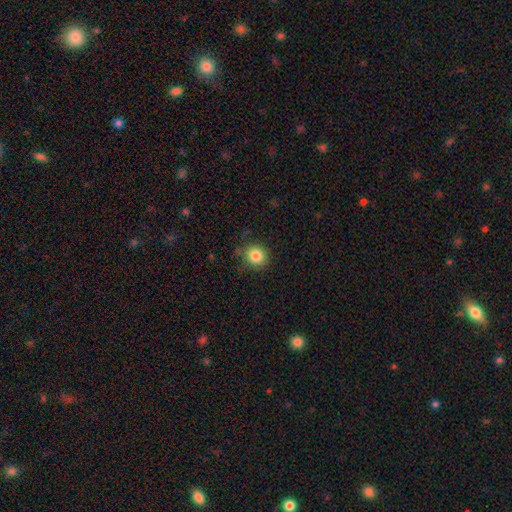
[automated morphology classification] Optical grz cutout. It shows a smooth galaxy with no disk features (84%) that is round (85%). Merging: none (81%).